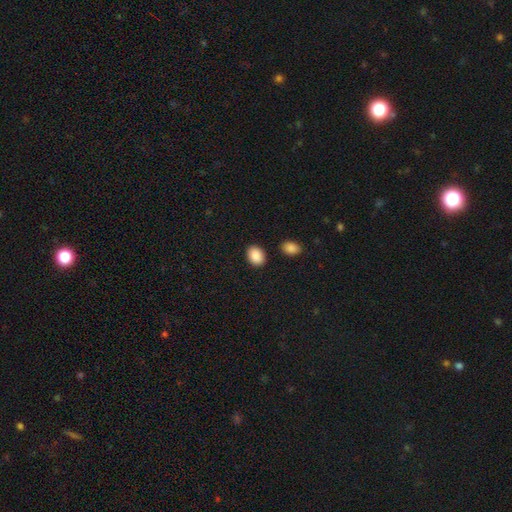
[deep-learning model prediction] Smooth or featured?
  - smooth: 89% *
  - star or artifact: 7%
  - featured or disk: 4%
How rounded?
  - in between: 64% *
  - round: 35%
  - cigar-shaped: 1%
Merging?
  - none: 87% *
  - minor disturbance: 8%
  - merger: 3%
  - major disturbance: 2%